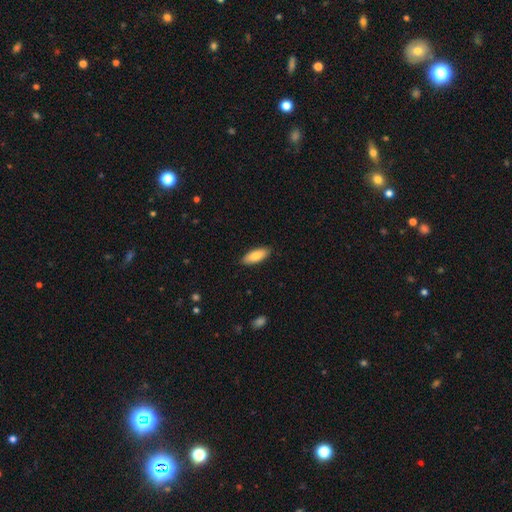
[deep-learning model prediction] Smooth or featured: smooth — 83% (featured or disk — 11%)
How rounded: in between — 74% (cigar-shaped — 24%)
Merging: none — 89% (minor disturbance — 9%)